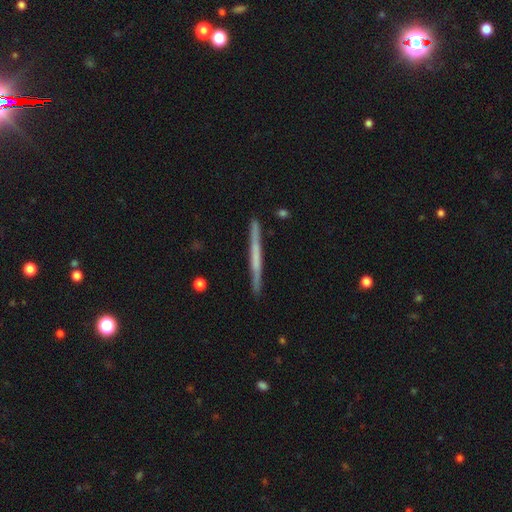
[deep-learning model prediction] Overall: featured or disk (53%; smooth 41%). Edge-on disk: yes (97%). Edge-on bulge: none (83%). Merging: none (91%).